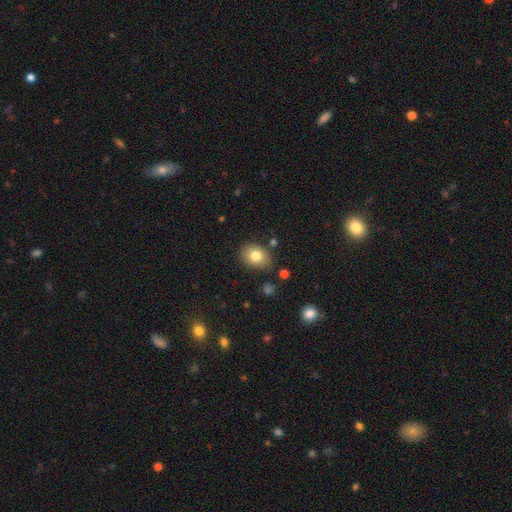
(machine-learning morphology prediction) This appears to be a smooth galaxy with no disk features (80%) that is in between round and cigar-shaped (64%). Merging: none (81%).